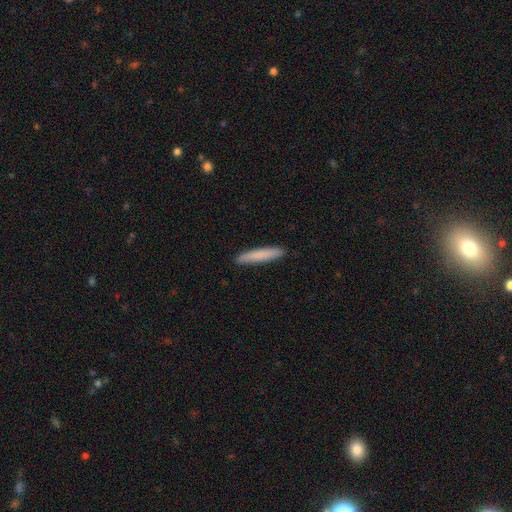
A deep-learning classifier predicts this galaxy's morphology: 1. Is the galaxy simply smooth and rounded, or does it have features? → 80% smooth, 14% featured or disk, 6% star or artifact.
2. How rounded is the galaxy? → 94% cigar-shaped, 5% in between, 1% round.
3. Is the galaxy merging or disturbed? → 90% none, 7% minor disturbance, 1% major disturbance, 1% merger.